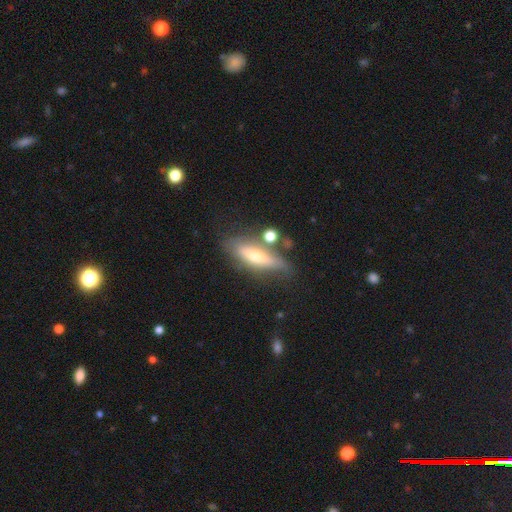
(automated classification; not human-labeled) A featured or disk galaxy (51%) viewed edge-on (69%). Merging: none (59%).